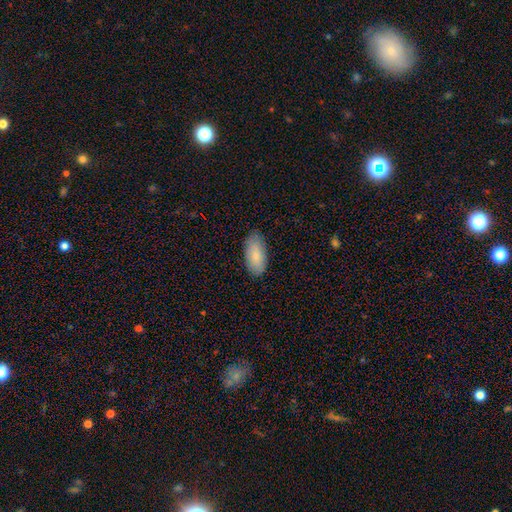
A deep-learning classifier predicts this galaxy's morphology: The model was most divided on "merging": none: 83%, minor disturbance: 13%, major disturbance: 2%, merger: 1%. More confident: how rounded — in between (93%); smooth or featured — smooth (84%).